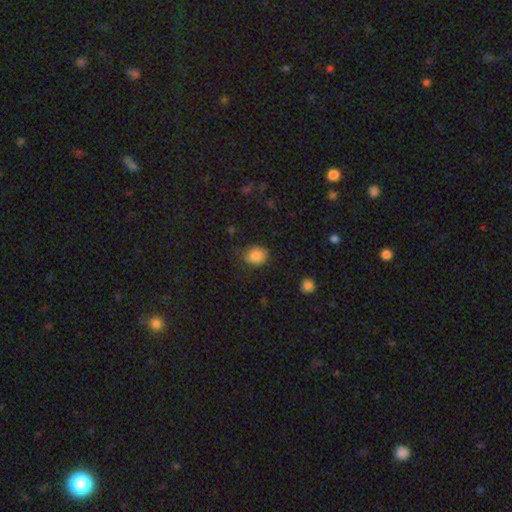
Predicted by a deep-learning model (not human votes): smooth-or-featured: smooth: 85% | star or artifact: 9% | featured or disk: 6%
  how-rounded: round: 65% | in between: 34% | cigar-shaped: 1%
  merging: none: 66% | minor disturbance: 25% | major disturbance: 7% | merger: 1%